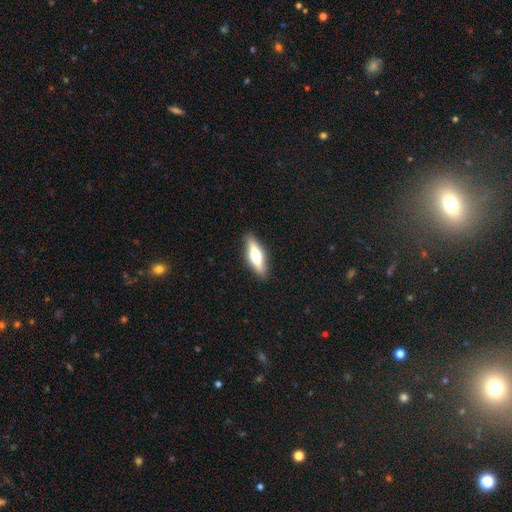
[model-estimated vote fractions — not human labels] Smooth or featured? featured or disk (49%)
Merging? none (89%)